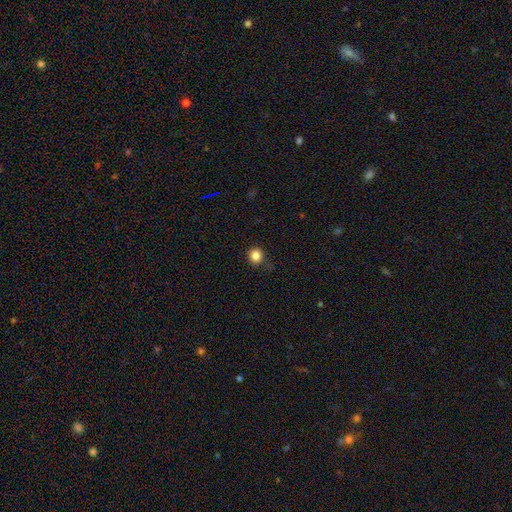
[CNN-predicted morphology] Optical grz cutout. It shows a smooth galaxy with no disk features (85%) that is round (91%). Merging: none (87%).